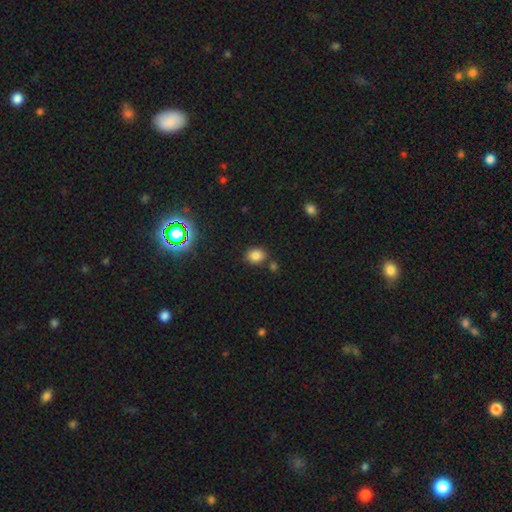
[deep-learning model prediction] The model was most divided on "how rounded": round: 55%, in between: 44%, cigar-shaped: 1%. More confident: smooth or featured — smooth (82%); merging — none (78%).